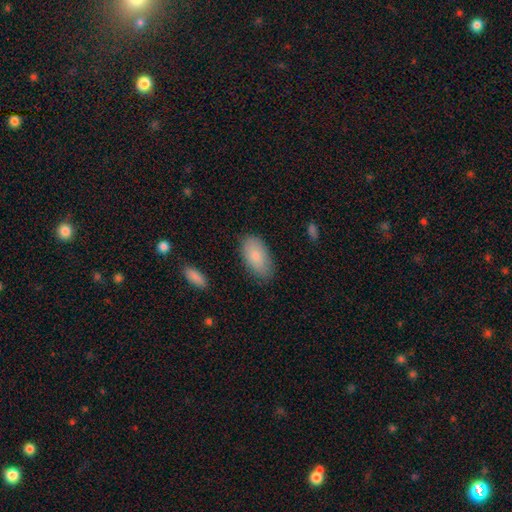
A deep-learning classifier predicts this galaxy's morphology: This appears to be a smooth galaxy with no disk features (84%) that is in between round and cigar-shaped (94%). Merging: none (81%).